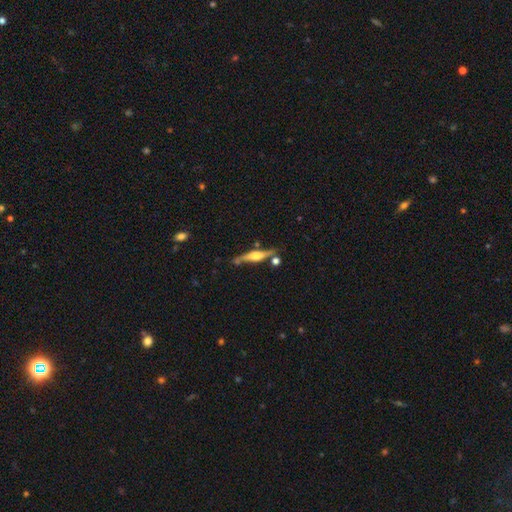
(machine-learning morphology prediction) The model was most divided on "smooth or featured": featured or disk: 69%, smooth: 24%, star or artifact: 6%. More confident: edge-on disk — yes (92%); edge-on bulge — rounded (83%); merging — none (70%).